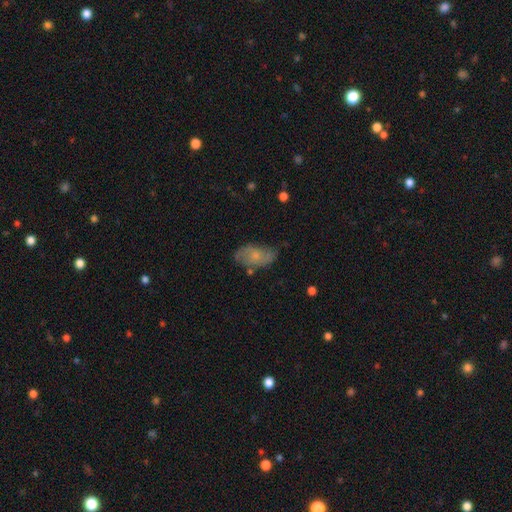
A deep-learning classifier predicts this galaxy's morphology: Smooth or featured? featured or disk (46%, tied with smooth)
Merging? none (62%)